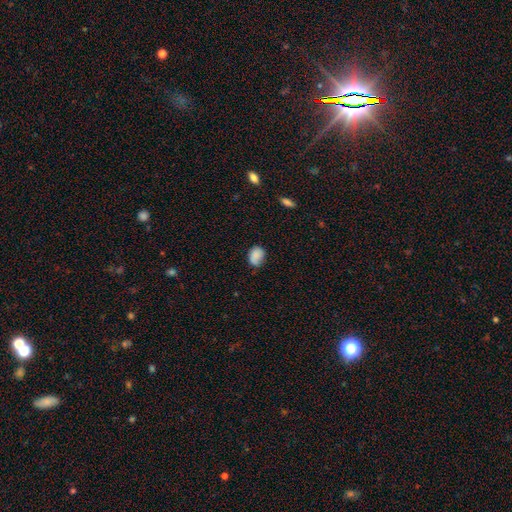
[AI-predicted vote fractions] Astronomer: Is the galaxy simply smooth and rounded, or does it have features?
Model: smooth — 83%.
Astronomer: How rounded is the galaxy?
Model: in between — 65%.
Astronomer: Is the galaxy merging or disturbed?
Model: none — 55% (runner-up: minor disturbance, 33%).